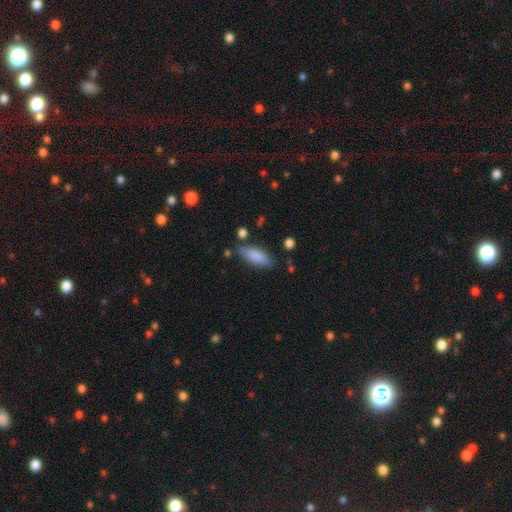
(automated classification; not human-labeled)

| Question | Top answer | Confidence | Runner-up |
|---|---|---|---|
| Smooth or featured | smooth | 83% | featured or disk (10%) |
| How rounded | in between | 69% | cigar-shaped (29%) |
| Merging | none | 75% | minor disturbance (17%) |